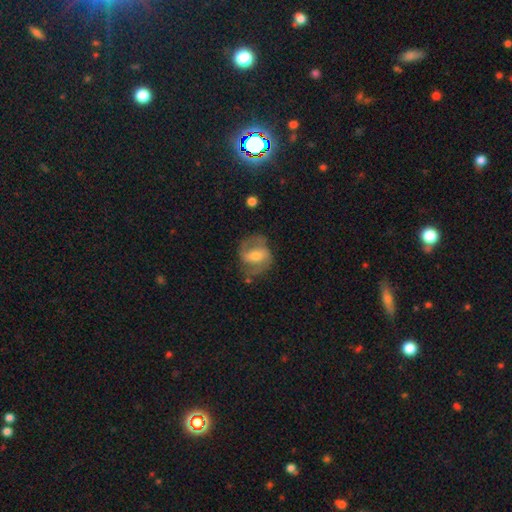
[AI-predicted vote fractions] A featured or disk galaxy (64%) with a weak bar (41%), spiral arms (76%) and a moderate central bulge (58%). Merging: none (60%).